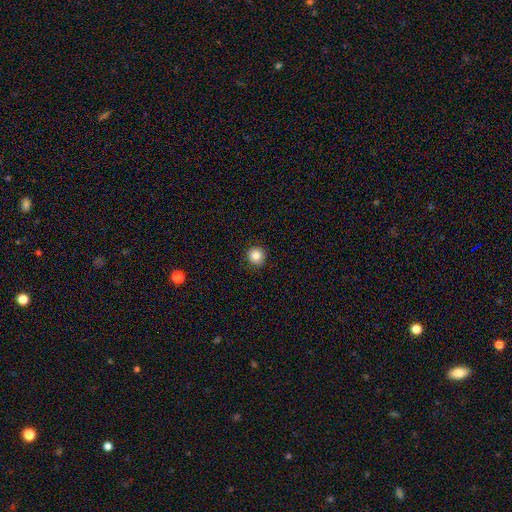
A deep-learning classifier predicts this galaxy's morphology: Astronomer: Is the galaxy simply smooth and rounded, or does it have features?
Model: smooth — 85%.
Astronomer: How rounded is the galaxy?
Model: round — 95%.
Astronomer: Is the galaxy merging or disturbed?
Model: none — 91%.